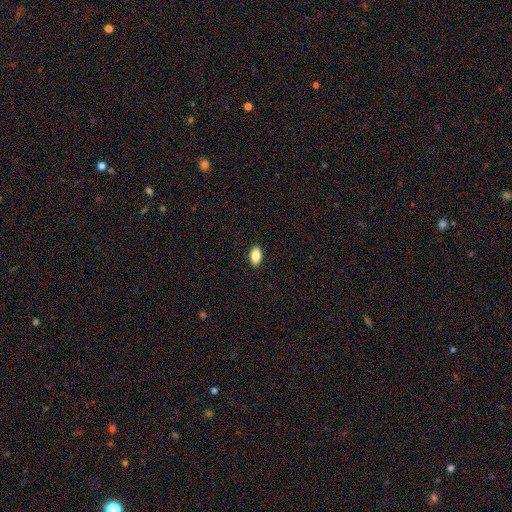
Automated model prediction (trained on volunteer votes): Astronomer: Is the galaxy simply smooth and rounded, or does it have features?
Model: smooth — 83%.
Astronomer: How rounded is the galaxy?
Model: in between — 91%.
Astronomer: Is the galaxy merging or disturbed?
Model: none — 89%.